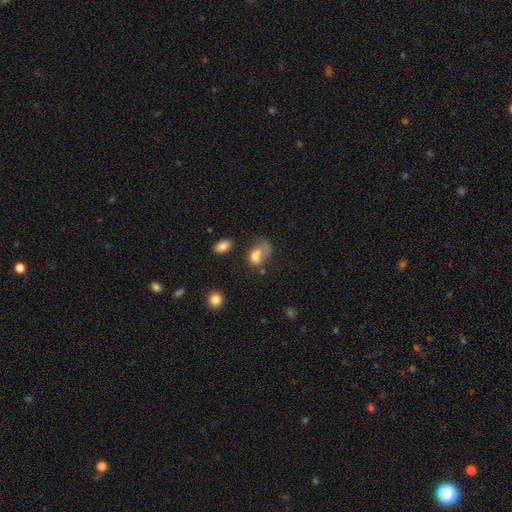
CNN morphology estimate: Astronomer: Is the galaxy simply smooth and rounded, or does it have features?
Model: smooth — 69%.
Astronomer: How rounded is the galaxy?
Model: in between — 76%.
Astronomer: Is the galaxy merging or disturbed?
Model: major disturbance — 41% (runner-up: none, 22%).